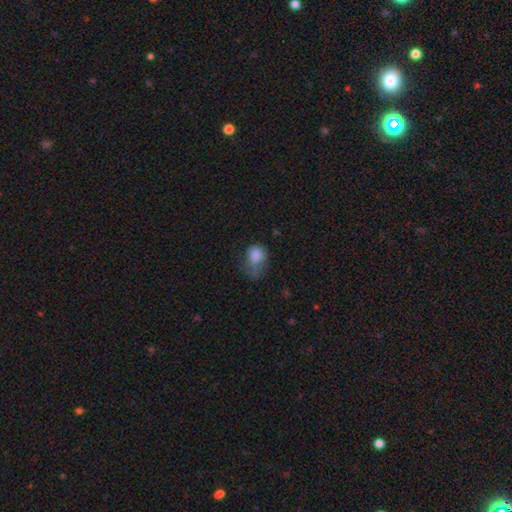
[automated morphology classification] Q: Smooth or featured?
A: smooth (78%); runner-up: featured or disk (12%)
Q: How rounded?
A: in between (65%); runner-up: round (33%)
Q: Merging?
A: major disturbance (42%); runner-up: minor disturbance (31%)